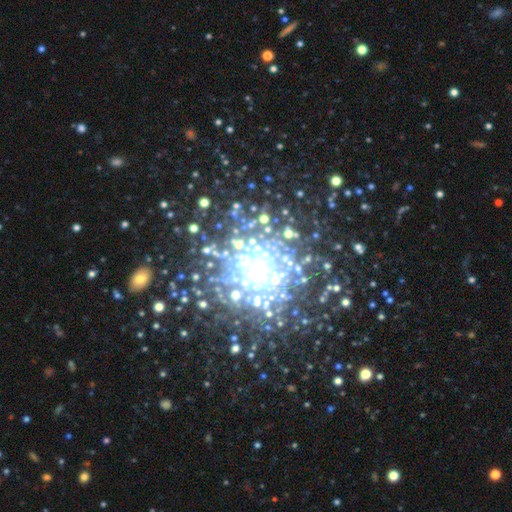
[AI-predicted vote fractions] Smooth or featured? Predicted: featured or disk (p=0.44). Merging? Predicted: none (p=0.65).